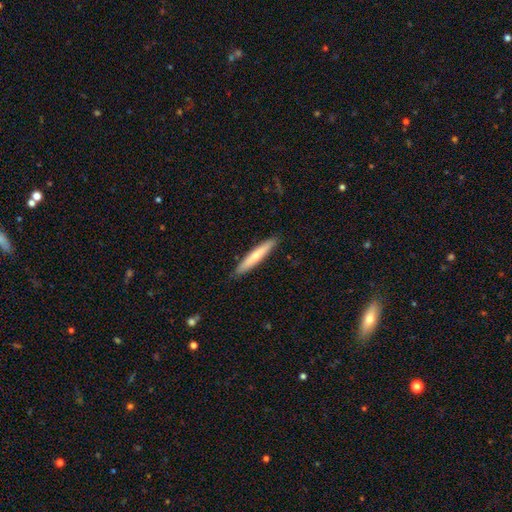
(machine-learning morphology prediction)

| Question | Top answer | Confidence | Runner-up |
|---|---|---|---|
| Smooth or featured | smooth | 65% | featured or disk (29%) |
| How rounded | cigar-shaped | 93% | in between (6%) |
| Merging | none | 89% | minor disturbance (9%) |